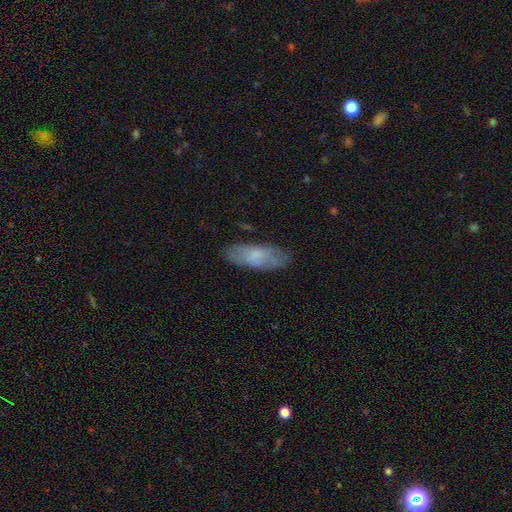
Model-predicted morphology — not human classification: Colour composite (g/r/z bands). It shows a smooth galaxy with no disk features (64%) that is in between round and cigar-shaped (67%). Merging: none (77%).